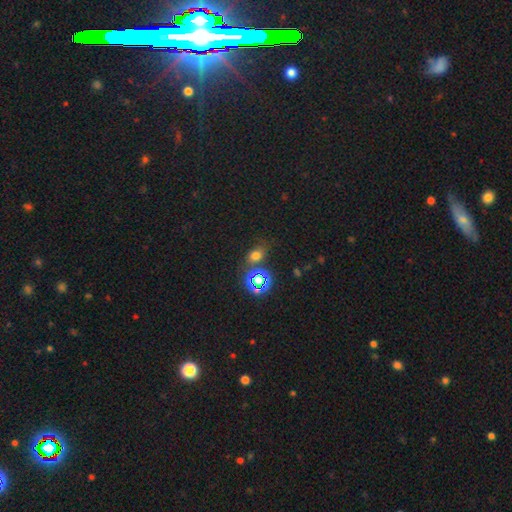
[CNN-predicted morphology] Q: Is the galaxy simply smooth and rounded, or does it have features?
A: smooth — 60%.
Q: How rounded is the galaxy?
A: in between — 53%.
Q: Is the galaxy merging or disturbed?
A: none — 68%.